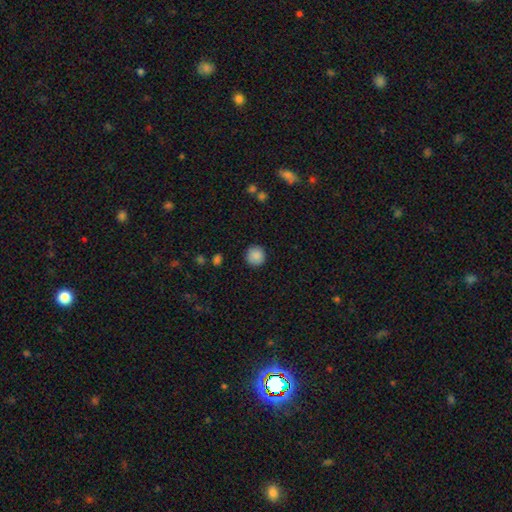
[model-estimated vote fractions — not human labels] Smooth or featured? Predicted: smooth (p=0.88). How rounded? Predicted: round (p=0.95). Merging? Predicted: none (p=0.91).